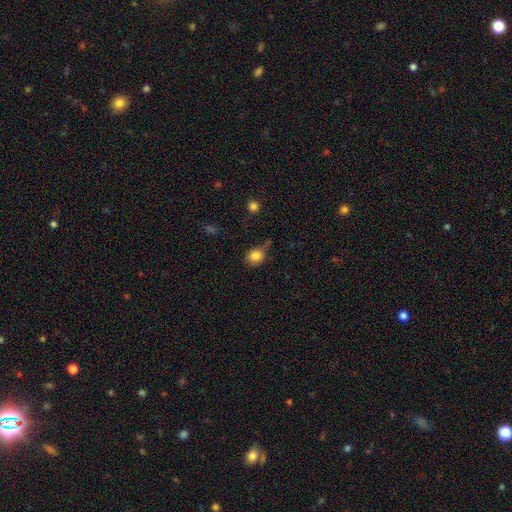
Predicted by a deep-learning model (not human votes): smooth_or_featured: smooth (p=0.84) [alt: star or artifact p=0.10]
how_rounded: round (p=0.65) [alt: in between p=0.34]
merging: none (p=0.60) [alt: minor disturbance p=0.26]